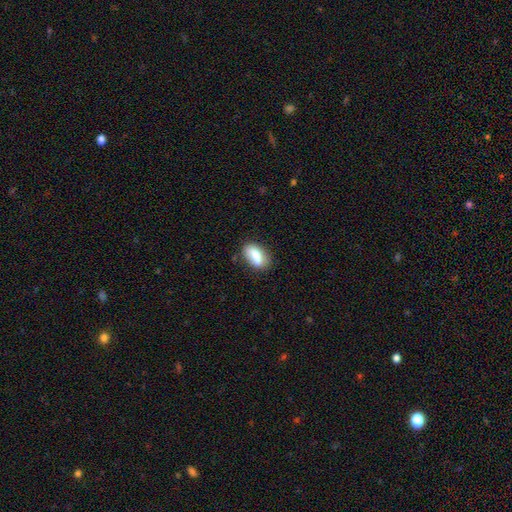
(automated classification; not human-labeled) This is likely a smooth galaxy (80%). How rounded: clearly in between (88%). Merging: likely none (74%).